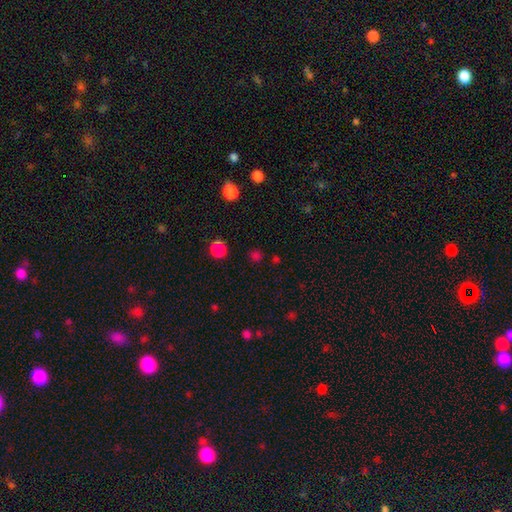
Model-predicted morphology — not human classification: Q: Smooth or featured?
A: smooth (65%); runner-up: star or artifact (30%)
Q: How rounded?
A: round (88%); runner-up: in between (11%)
Q: Merging?
A: none (82%); runner-up: minor disturbance (10%)